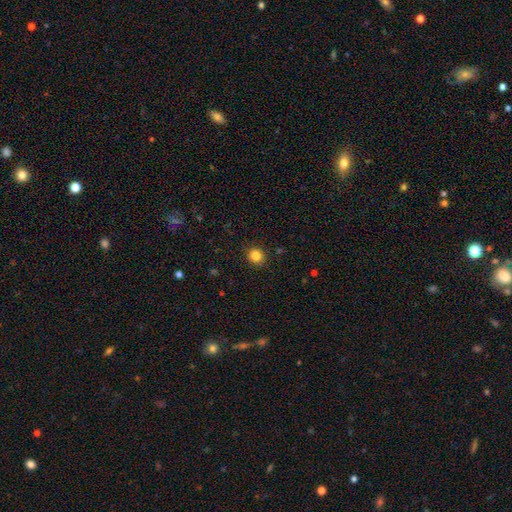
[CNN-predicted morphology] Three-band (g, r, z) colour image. It shows a smooth galaxy with no disk features (84%) that is round (81%). Merging: none (90%).